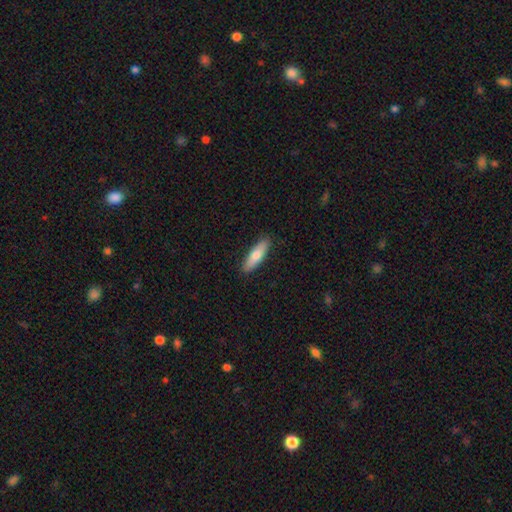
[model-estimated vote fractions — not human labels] This is likely a smooth galaxy (74%). How rounded: possibly cigar-shaped (58%). Merging: clearly none (89%).